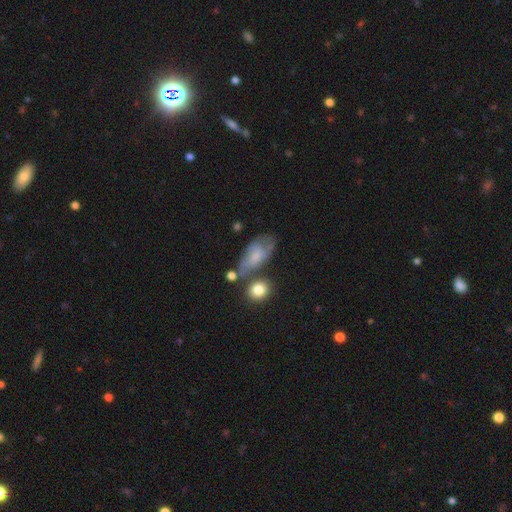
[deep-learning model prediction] This appears to be a smooth galaxy with no disk features (49%). Merging: none (40%).